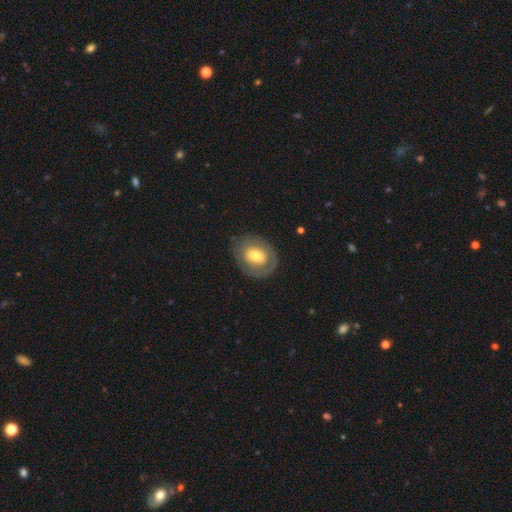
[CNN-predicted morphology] The model was most divided on "smooth or featured": smooth: 50%, featured or disk: 44%, star or artifact: 6%. More confident: merging — none (75%).